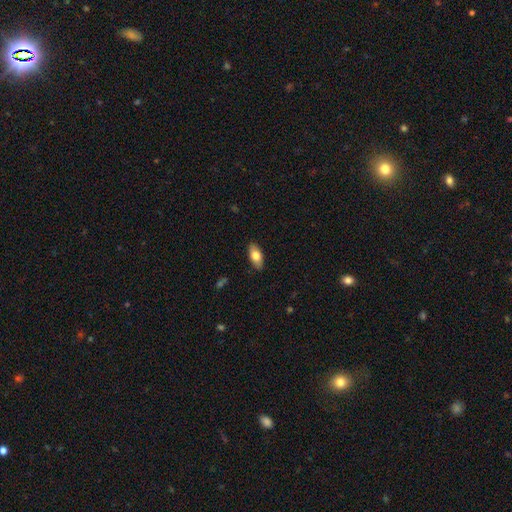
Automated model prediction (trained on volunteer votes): This appears to be a smooth galaxy with no disk features (76%) that is in between round and cigar-shaped (87%). Merging: none (88%).